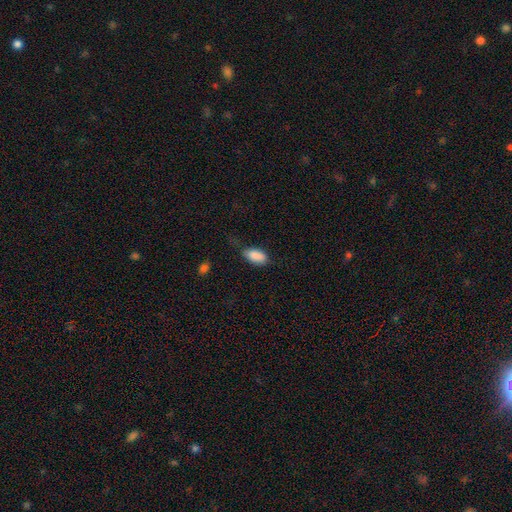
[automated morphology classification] Overall: smooth (88%). How rounded: in between (93%). Merging: none (60%; minor disturbance 28%).